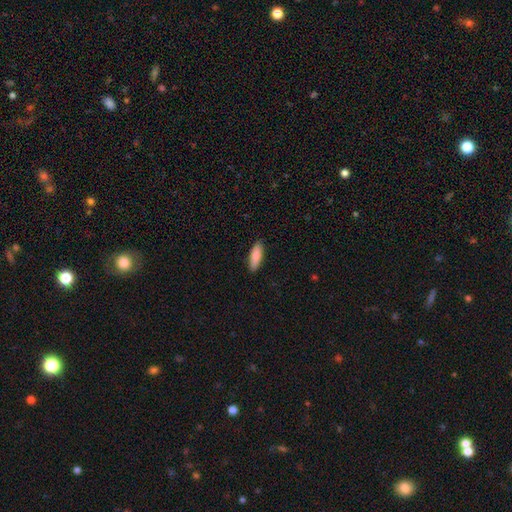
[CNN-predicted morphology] Smooth or featured? smooth (87%)
How rounded? in between (55%)
Merging? none (89%)